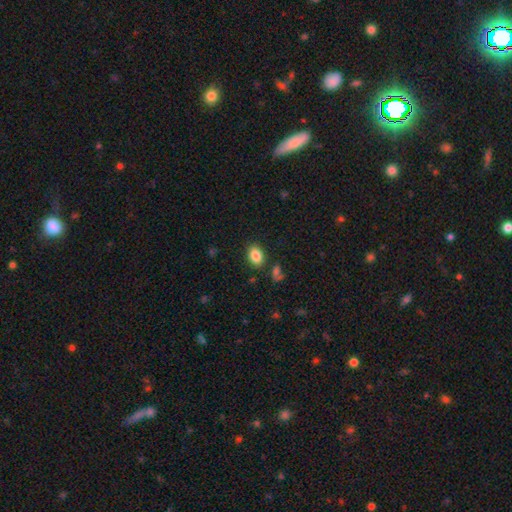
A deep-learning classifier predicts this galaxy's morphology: This appears to be a smooth galaxy with no disk features (86%) that is in between round and cigar-shaped (79%). Merging: none (84%).